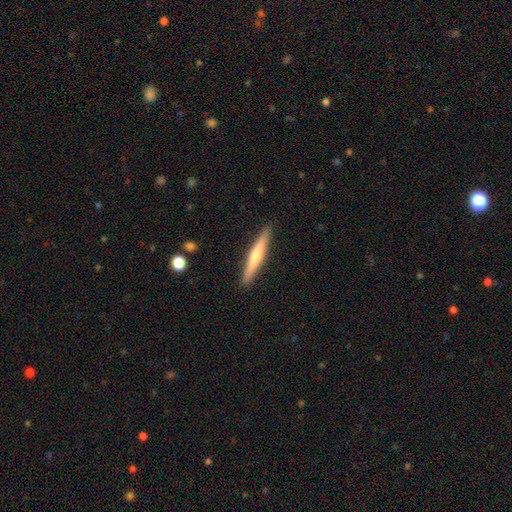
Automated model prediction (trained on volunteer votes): The model was most divided on "smooth or featured": smooth: 52%, featured or disk: 43%, star or artifact: 5%. More confident: how rounded — cigar-shaped (95%); merging — none (91%).